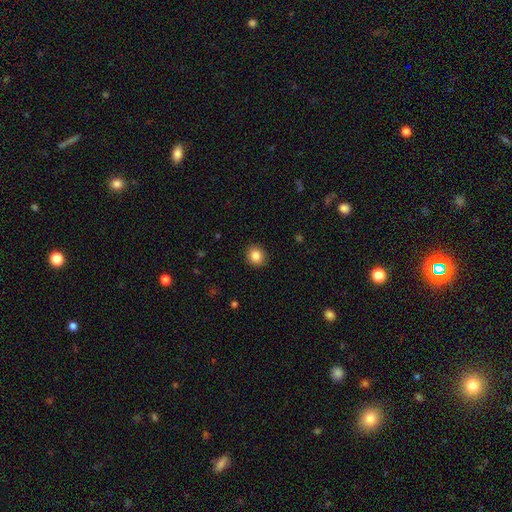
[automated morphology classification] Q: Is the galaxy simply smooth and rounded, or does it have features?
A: smooth — 86%.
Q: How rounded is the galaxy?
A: round — 80%.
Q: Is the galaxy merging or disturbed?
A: none — 91%.